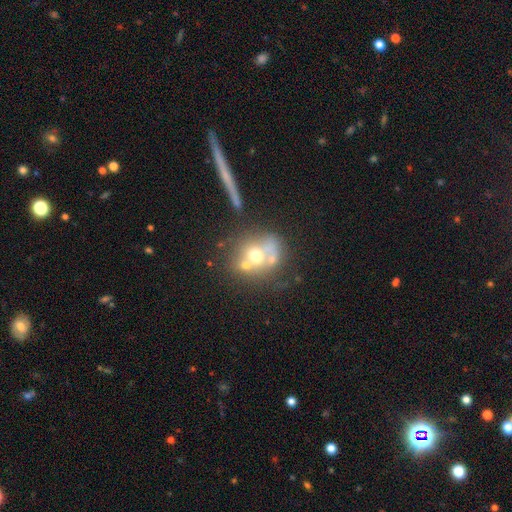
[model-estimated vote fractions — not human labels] smooth-or-featured: smooth: 52% | featured or disk: 33% | star or artifact: 14%
  how-rounded: round: 75% | in between: 24% | cigar-shaped: 1%
  merging: merger: 41% | none: 37% | minor disturbance: 12% | major disturbance: 10%